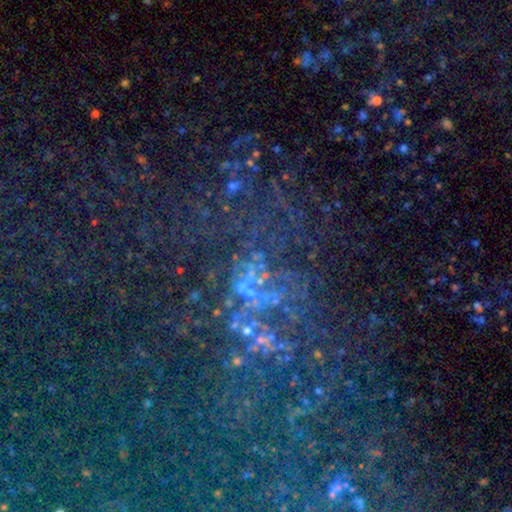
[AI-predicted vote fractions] Smooth or featured: star or artifact — 71% (featured or disk — 17%)